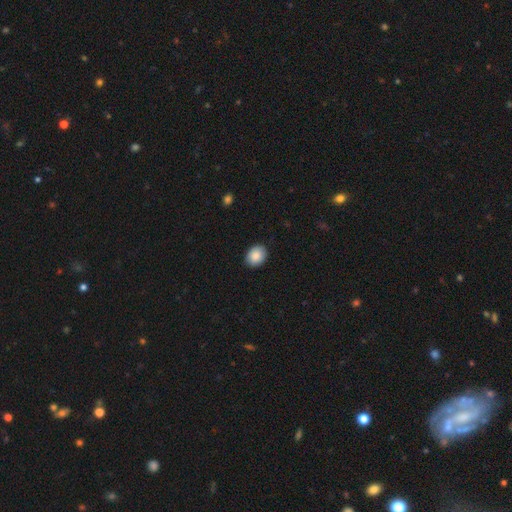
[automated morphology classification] This appears to be a smooth galaxy with no disk features (88%) that is in between round and cigar-shaped (51%). Merging: none (88%).